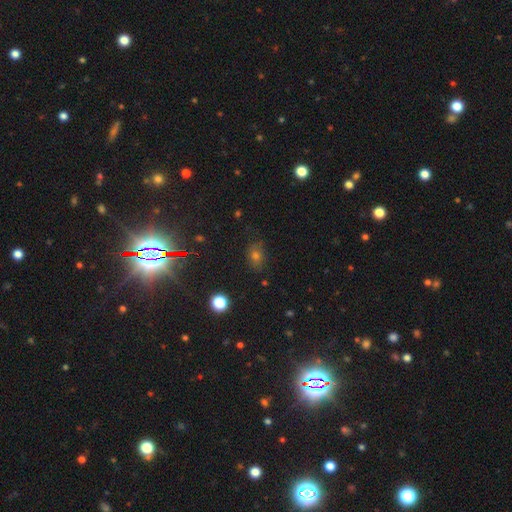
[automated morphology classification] Q: Smooth or featured?
A: smooth (56%); runner-up: star or artifact (33%)
Q: How rounded?
A: in between (70%); runner-up: round (28%)
Q: Merging?
A: none (78%); runner-up: minor disturbance (15%)